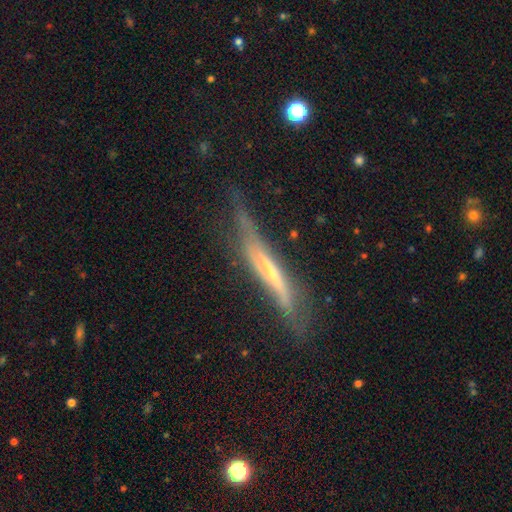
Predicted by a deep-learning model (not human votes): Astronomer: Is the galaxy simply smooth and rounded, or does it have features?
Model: featured or disk — 64%.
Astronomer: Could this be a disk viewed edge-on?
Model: yes — 86%.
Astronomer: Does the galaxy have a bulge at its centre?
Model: none — 61%.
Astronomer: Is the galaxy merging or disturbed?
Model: none — 55%.